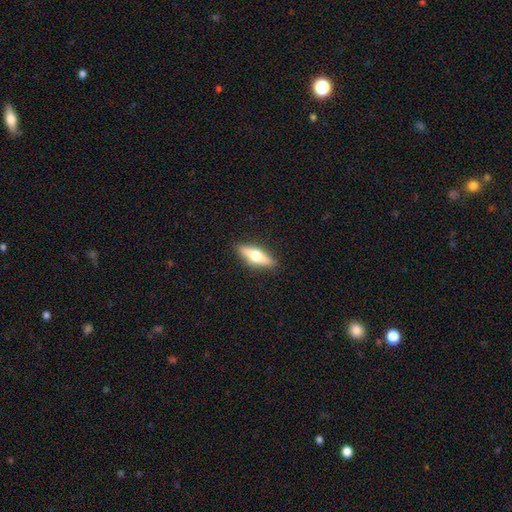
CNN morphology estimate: Smooth or featured? Predicted: smooth (p=0.47, tied with featured or disk). Merging? Predicted: none (p=0.89).